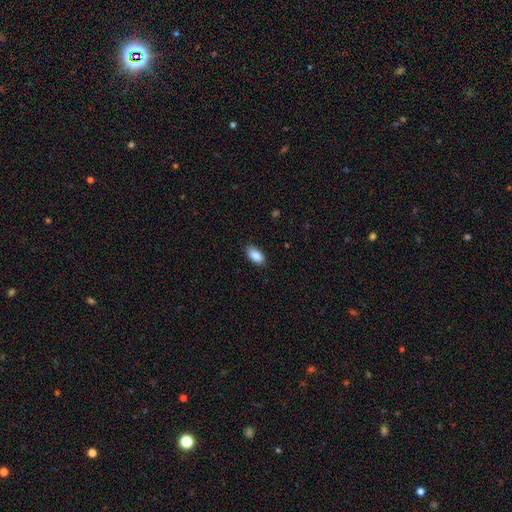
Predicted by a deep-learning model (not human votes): Overall: smooth (89%). How rounded: in between (93%). Merging: none (86%).